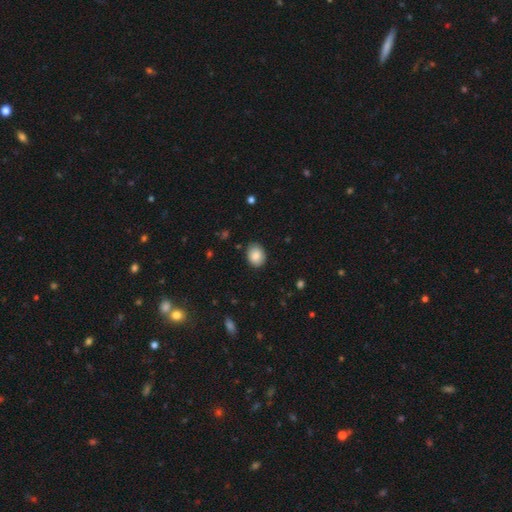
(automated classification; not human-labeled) This appears to be a smooth galaxy with no disk features (86%) that is in between round and cigar-shaped (57%). Merging: none (86%).